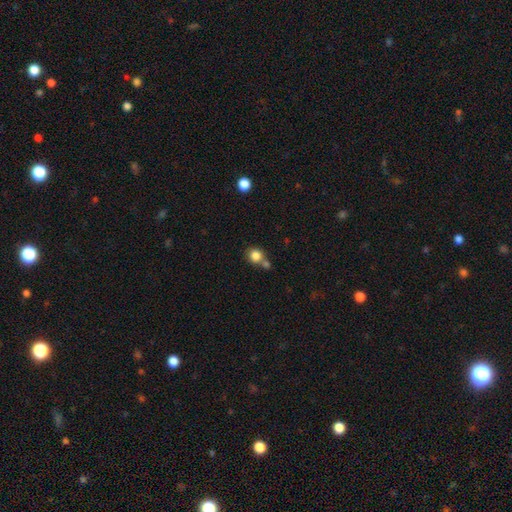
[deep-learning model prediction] Morphology: type=smooth (83%); roundness=round (83%); merging=none (52%).